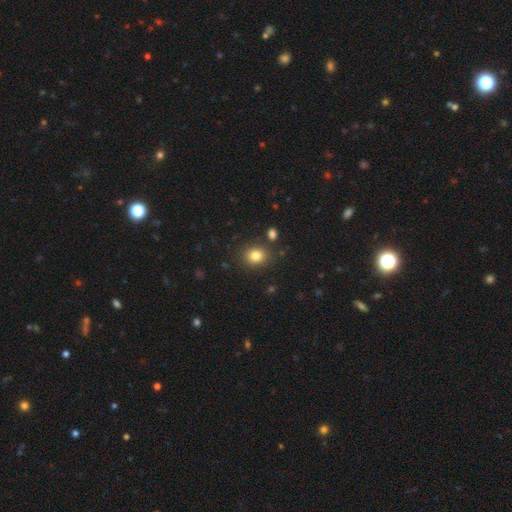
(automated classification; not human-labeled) A smooth galaxy with no disk features (82%) that is round (68%). Merging: none (84%).